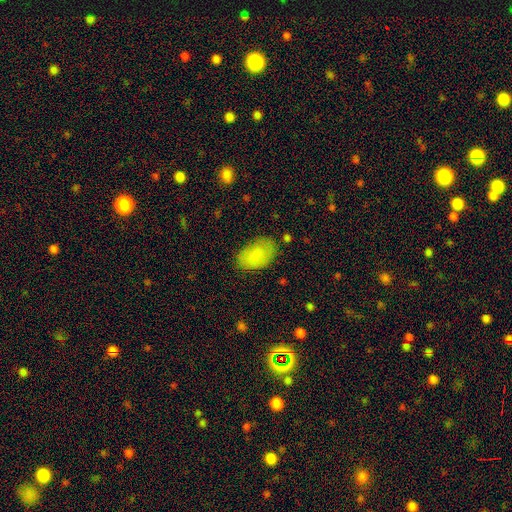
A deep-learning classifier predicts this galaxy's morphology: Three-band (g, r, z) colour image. It shows a smooth galaxy with no disk features (82%) that is in between round and cigar-shaped (92%). Merging: none (74%).